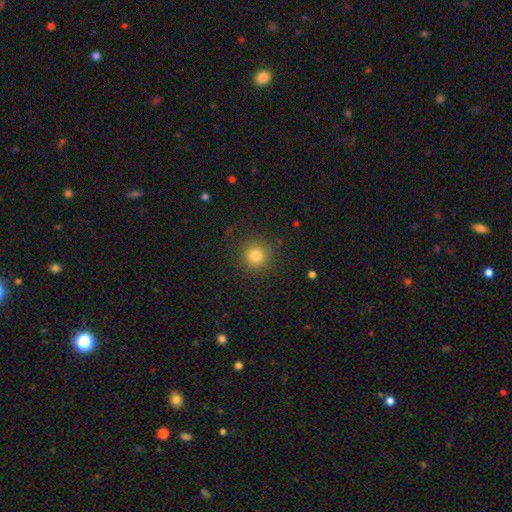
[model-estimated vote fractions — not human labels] Overall: smooth (80%). How rounded: round (94%). Merging: none (87%).